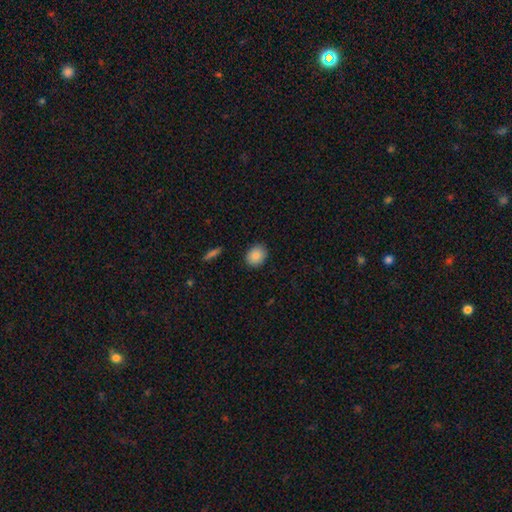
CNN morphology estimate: This is clearly a smooth galaxy (85%). How rounded: possibly round (51%). Merging: clearly none (88%).